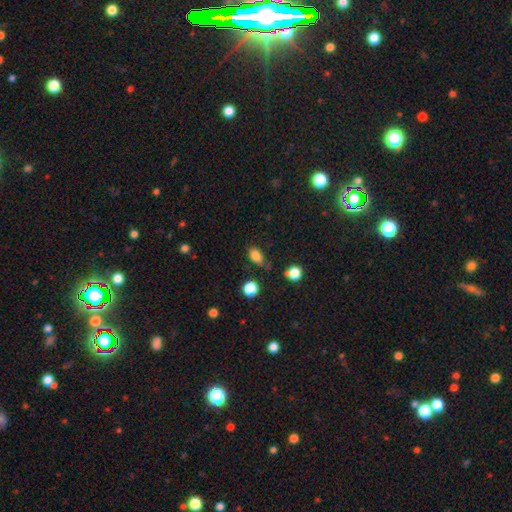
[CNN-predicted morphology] type=smooth (84%); roundness=in between (83%); merging=none (65%).